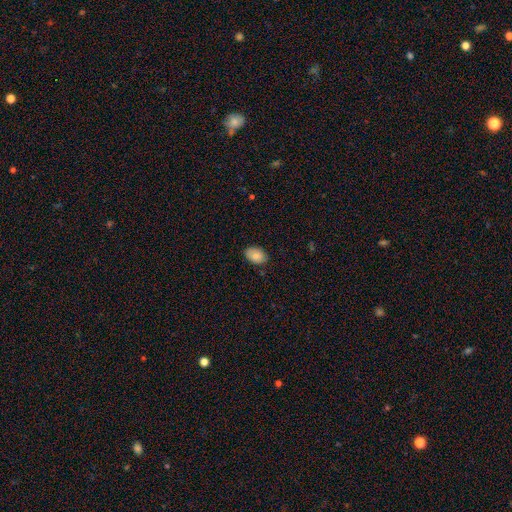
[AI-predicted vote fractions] Overall: smooth (86%). How rounded: in between (85%). Merging: none (82%).